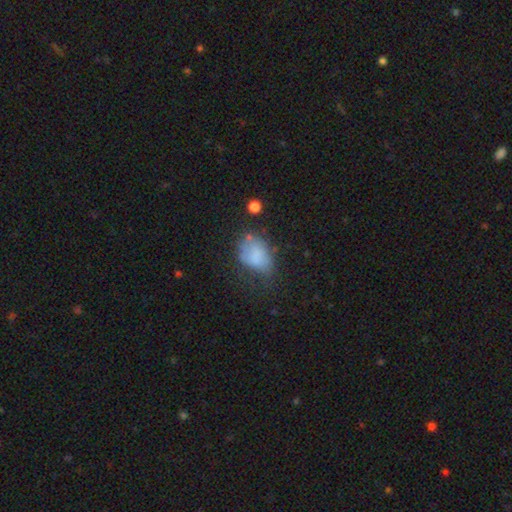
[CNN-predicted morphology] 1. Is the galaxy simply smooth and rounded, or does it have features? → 68% smooth, 21% featured or disk, 10% star or artifact.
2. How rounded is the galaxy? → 81% in between, 18% round, 1% cigar-shaped.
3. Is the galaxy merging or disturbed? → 36% none, 33% minor disturbance, 24% major disturbance, 7% merger.